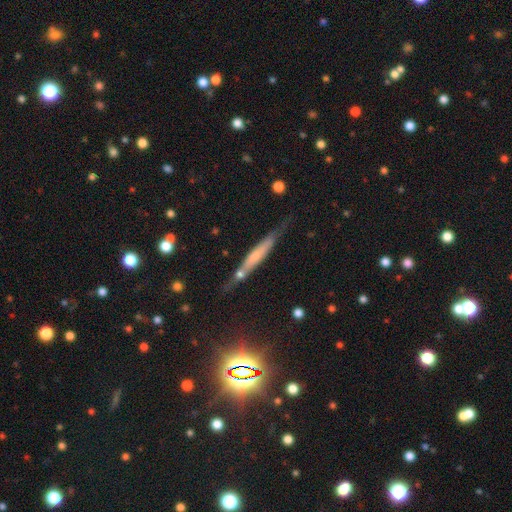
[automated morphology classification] Overall: featured or disk (50%; smooth 42%). Edge-on disk: yes (89%). Merging: none (68%).